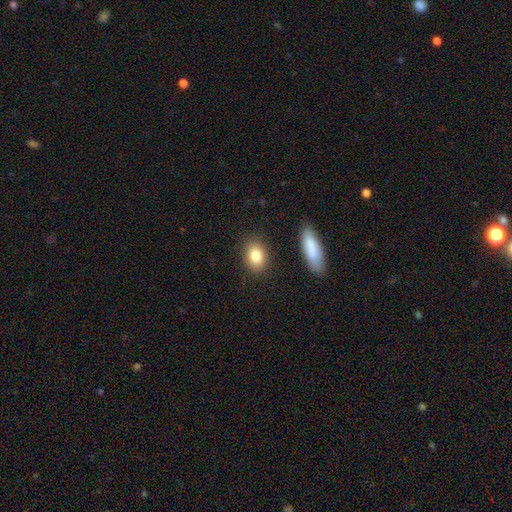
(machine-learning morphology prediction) A smooth galaxy with no disk features (83%) that is in between round and cigar-shaped (72%). Merging: none (85%).